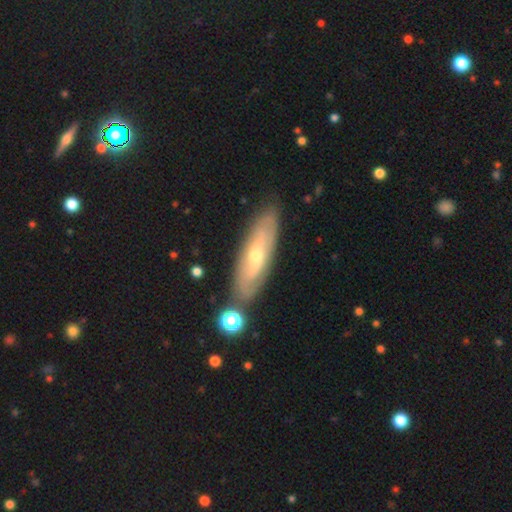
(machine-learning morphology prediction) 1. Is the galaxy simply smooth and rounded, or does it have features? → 66% featured or disk, 28% smooth, 6% star or artifact.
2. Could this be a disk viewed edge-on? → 69% no, 31% yes.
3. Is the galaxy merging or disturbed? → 82% none, 12% minor disturbance, 4% merger, 3% major disturbance.